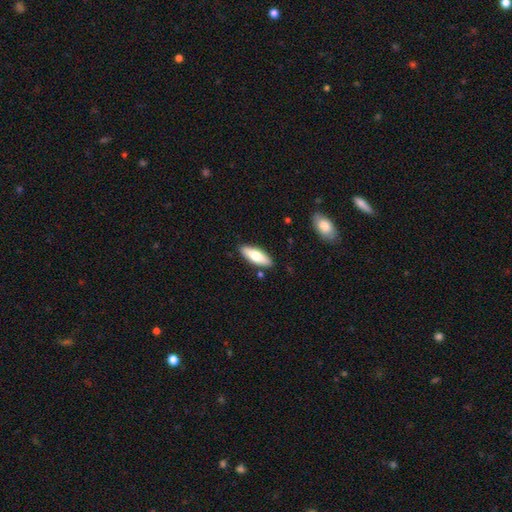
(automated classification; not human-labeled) This appears to be a smooth galaxy with no disk features (73%) that is in between round and cigar-shaped (58%). Merging: none (86%).